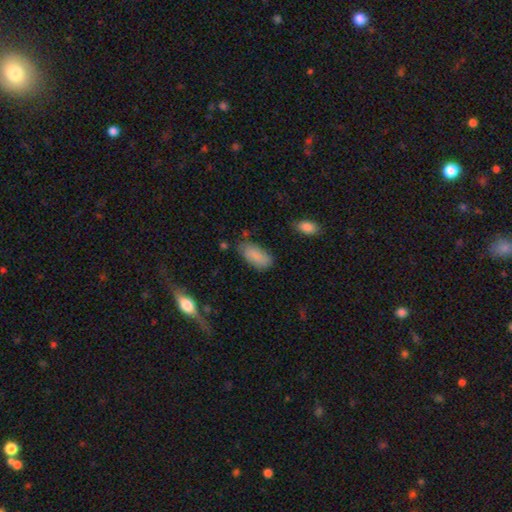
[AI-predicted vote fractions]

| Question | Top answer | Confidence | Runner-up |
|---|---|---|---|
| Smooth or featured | smooth | 86% | featured or disk (8%) |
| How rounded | in between | 90% | cigar-shaped (7%) |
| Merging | none | 71% | minor disturbance (21%) |